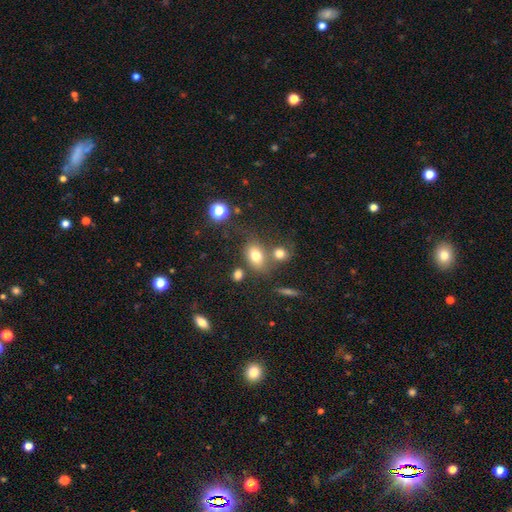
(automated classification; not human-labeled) This appears to be a smooth galaxy with no disk features (76%) that is in between round and cigar-shaped (73%). Merging: none (57%).